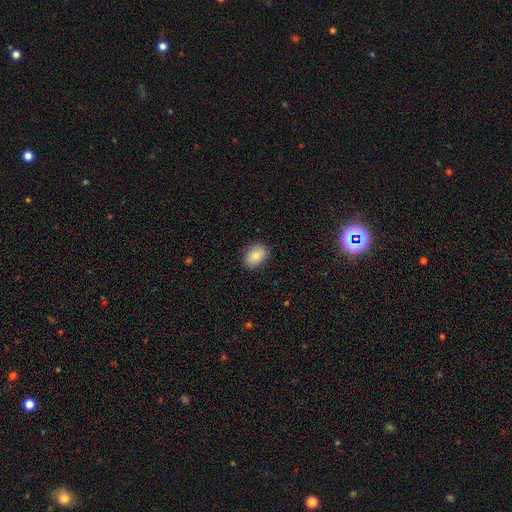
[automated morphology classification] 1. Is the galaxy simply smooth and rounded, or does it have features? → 83% smooth, 9% featured or disk, 7% star or artifact.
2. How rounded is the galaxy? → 69% in between, 30% round, 1% cigar-shaped.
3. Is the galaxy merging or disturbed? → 83% none, 13% minor disturbance, 3% major disturbance, 1% merger.